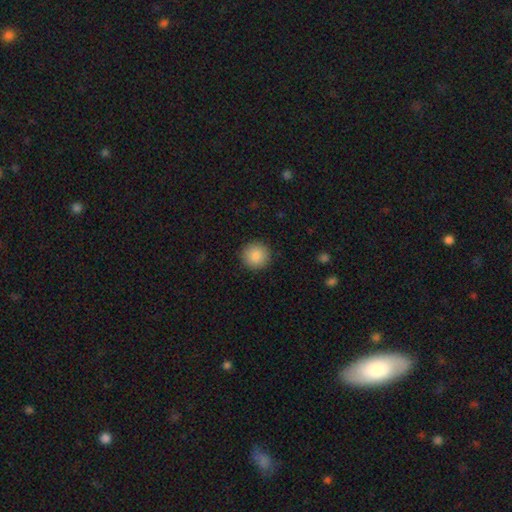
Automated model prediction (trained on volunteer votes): This appears to be a smooth galaxy with no disk features (88%) that is round (94%). Merging: none (92%).